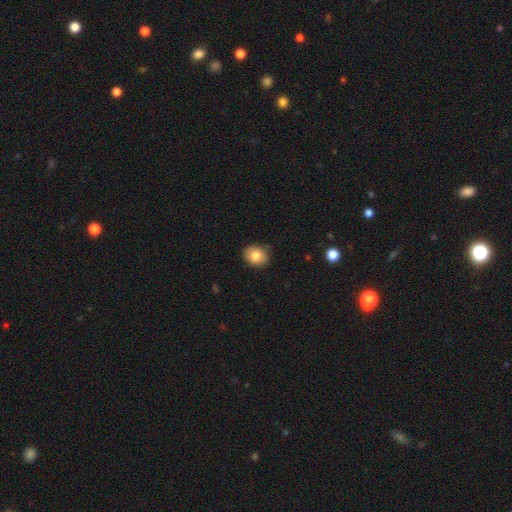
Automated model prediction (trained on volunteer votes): Morphology: type=smooth (82%); roundness=round (65%); merging=none (83%).